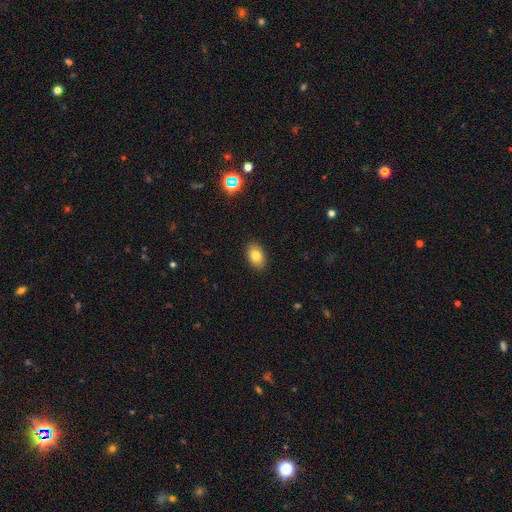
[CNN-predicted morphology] type=smooth (82%); roundness=in between (86%); merging=none (89%).